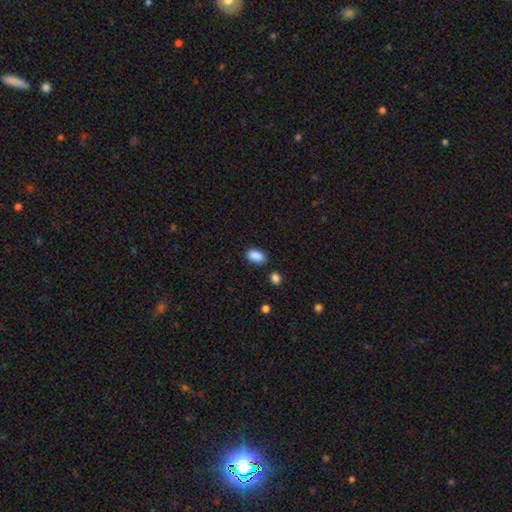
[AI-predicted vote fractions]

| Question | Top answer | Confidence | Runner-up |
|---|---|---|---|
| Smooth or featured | smooth | 89% | star or artifact (8%) |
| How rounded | in between | 91% | round (7%) |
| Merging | none | 81% | minor disturbance (12%) |